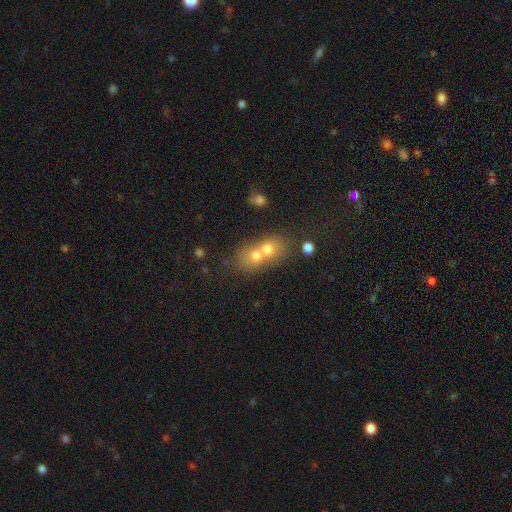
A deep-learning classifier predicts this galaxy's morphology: A smooth galaxy with no disk features (66%) that is round (56%).

Vote fractions:
- Smooth or featured? smooth: 66% / featured or disk: 21% / star or artifact: 12%
- How rounded? round: 56% / in between: 42% / cigar-shaped: 2%
- Merging? merger: 72% / none: 19% / minor disturbance: 5% / major disturbance: 3%